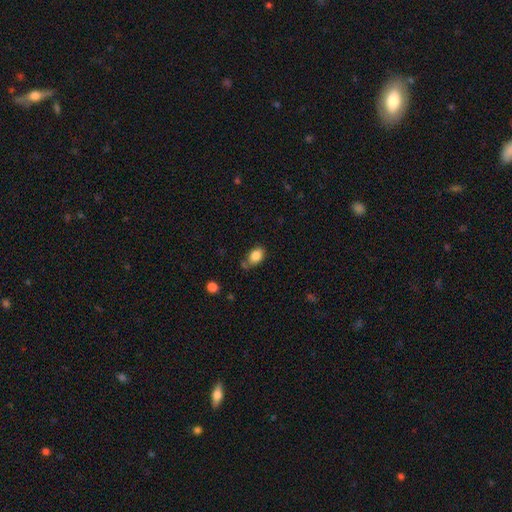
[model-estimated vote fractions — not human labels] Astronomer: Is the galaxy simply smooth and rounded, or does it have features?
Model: smooth — 85%.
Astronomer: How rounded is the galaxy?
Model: in between — 80%.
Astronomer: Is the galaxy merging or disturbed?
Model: none — 64%.